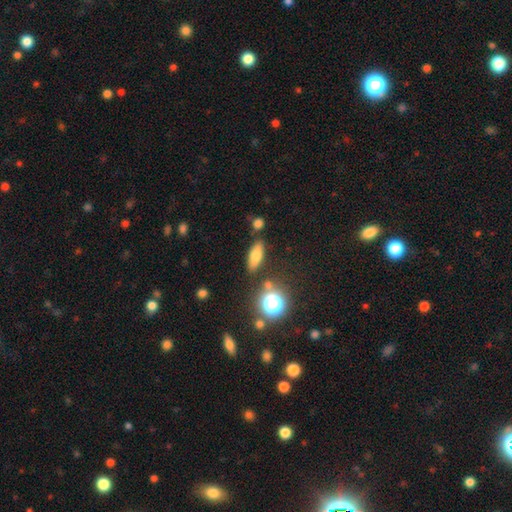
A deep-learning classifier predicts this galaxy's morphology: Smooth or featured? smooth (69%)
How rounded? in between (64%)
Merging? none (80%)